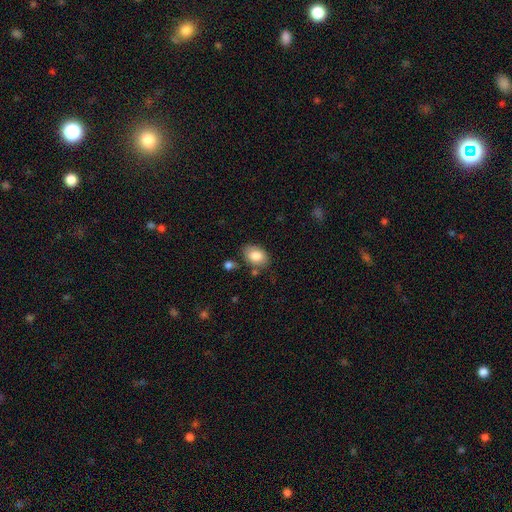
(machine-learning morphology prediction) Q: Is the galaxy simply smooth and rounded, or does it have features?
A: smooth — 83%.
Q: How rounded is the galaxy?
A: in between — 79%.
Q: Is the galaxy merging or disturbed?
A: none — 75%.